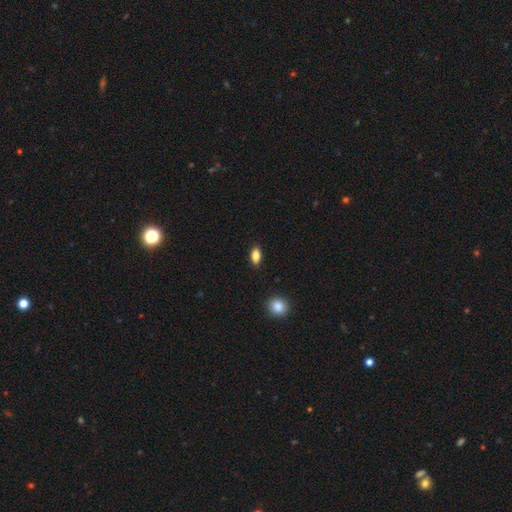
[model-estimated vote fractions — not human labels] Q: Smooth or featured?
A: smooth (86%); runner-up: star or artifact (9%)
Q: How rounded?
A: in between (87%); runner-up: round (8%)
Q: Merging?
A: none (87%); runner-up: minor disturbance (9%)